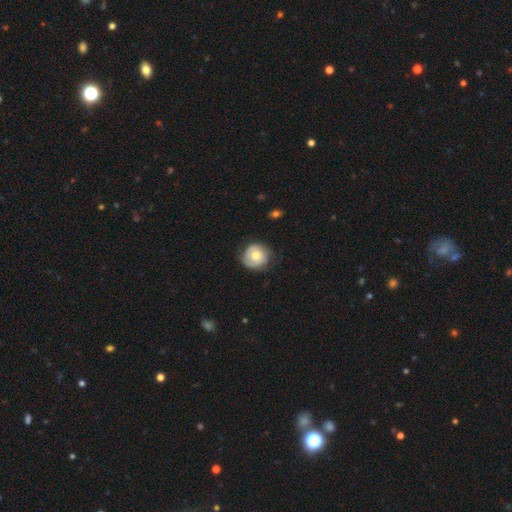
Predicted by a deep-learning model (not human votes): Smooth or featured? featured or disk (53%)
Edge-on disk? no (97%)
Bar? no (80%)
Spiral arms? yes (81%)
Bulge size? moderate (68%)
Merging? none (73%)